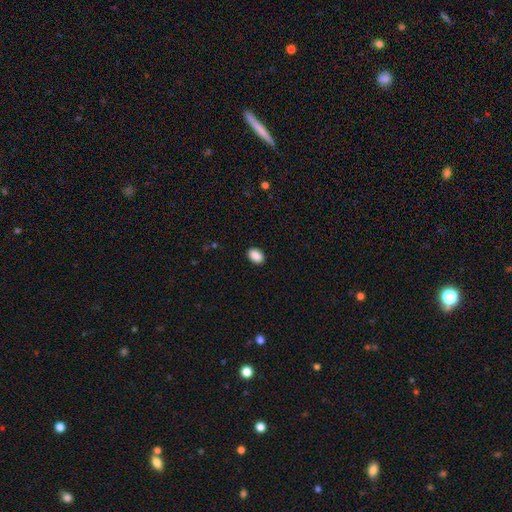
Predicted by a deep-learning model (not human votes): Morphology: type=smooth (90%); roundness=in between (84%); merging=none (90%).